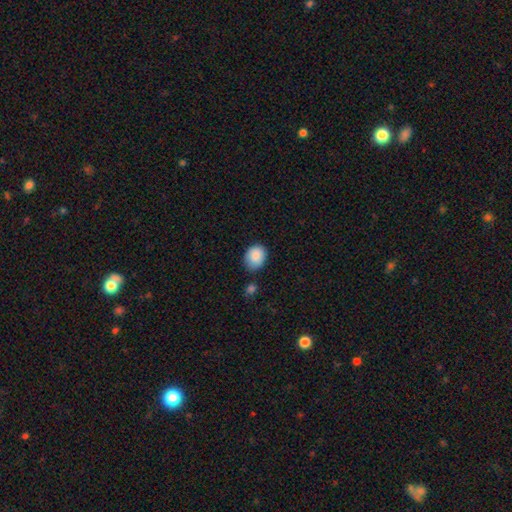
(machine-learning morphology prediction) The model was most divided on "how rounded": in between: 54%, round: 45%, cigar-shaped: 1%. More confident: smooth or featured — smooth (88%); merging — none (74%).